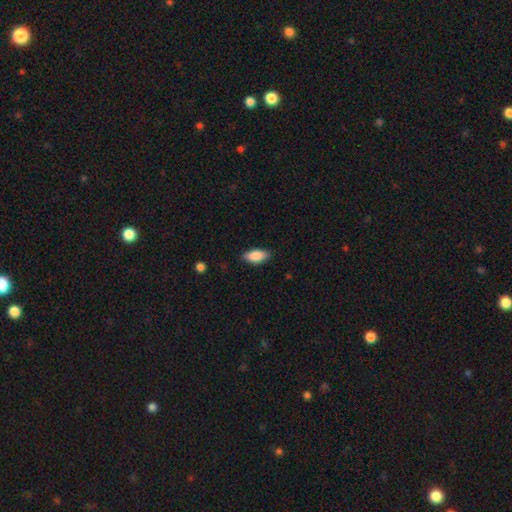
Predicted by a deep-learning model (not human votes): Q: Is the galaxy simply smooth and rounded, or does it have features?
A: smooth — 86%.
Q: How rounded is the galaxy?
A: in between — 88%.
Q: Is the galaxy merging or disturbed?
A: none — 85%.